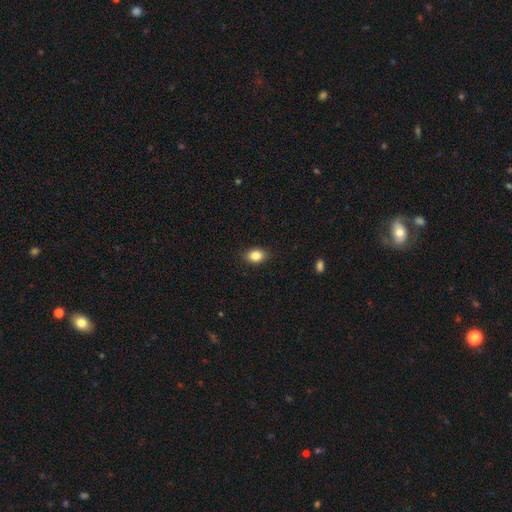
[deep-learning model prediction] smooth_or_featured: smooth (p=0.85) [alt: star or artifact p=0.09]
how_rounded: in between (p=0.79) [alt: round p=0.20]
merging: none (p=0.88) [alt: minor disturbance p=0.09]